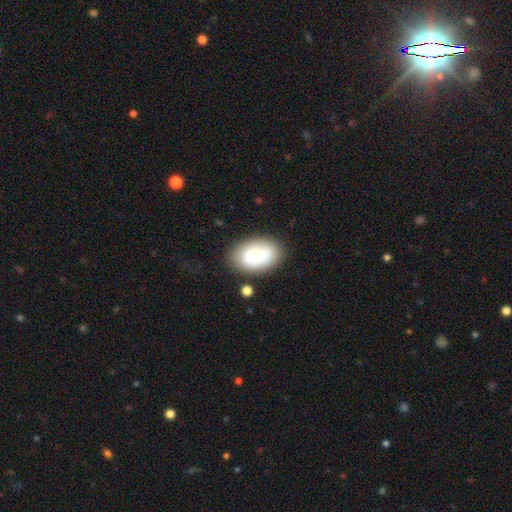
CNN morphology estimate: A smooth galaxy with no disk features (61%) that is in between round and cigar-shaped (84%). Merging: none (82%).